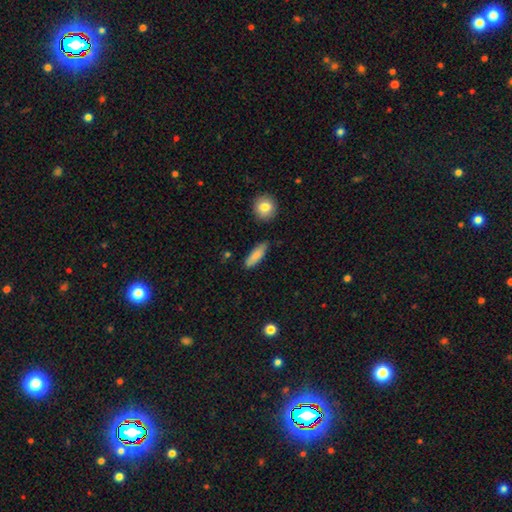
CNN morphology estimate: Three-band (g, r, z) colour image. It shows a smooth galaxy with no disk features (83%) that is cigar-shaped (50%). Merging: none (78%).